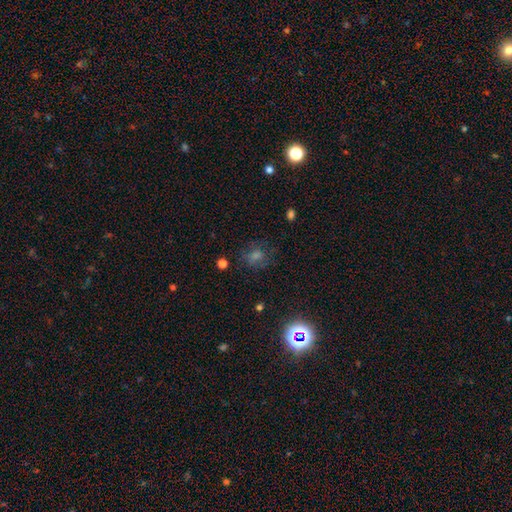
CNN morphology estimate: star or artifact 41%, smooth 40%, featured or disk 19%.